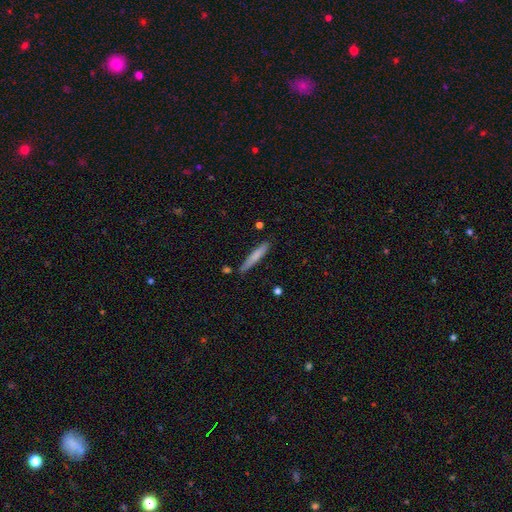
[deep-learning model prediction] Q: Smooth or featured?
A: smooth (72%); runner-up: featured or disk (22%)
Q: How rounded?
A: cigar-shaped (94%); runner-up: in between (5%)
Q: Merging?
A: none (79%); runner-up: minor disturbance (15%)